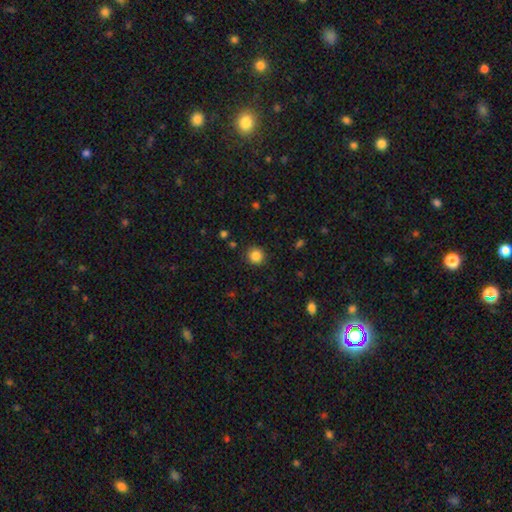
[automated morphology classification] smooth 85%, star or artifact 11%, featured or disk 4%. Down the decision tree: how rounded — round (92%); merging — none (90%).